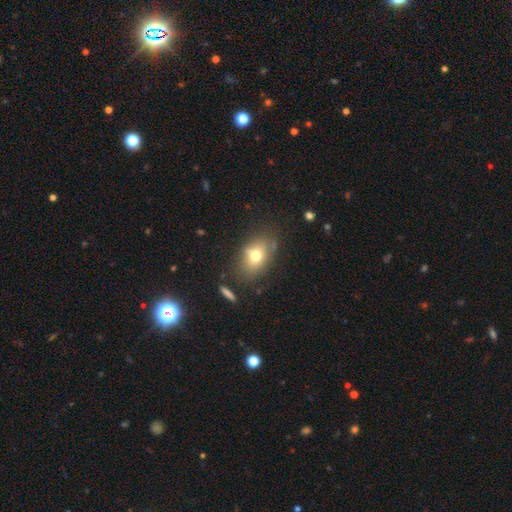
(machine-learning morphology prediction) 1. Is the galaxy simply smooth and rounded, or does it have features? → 70% smooth, 19% featured or disk, 11% star or artifact.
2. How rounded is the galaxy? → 75% in between, 23% round, 2% cigar-shaped.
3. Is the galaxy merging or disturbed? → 70% none, 18% minor disturbance, 7% major disturbance, 5% merger.